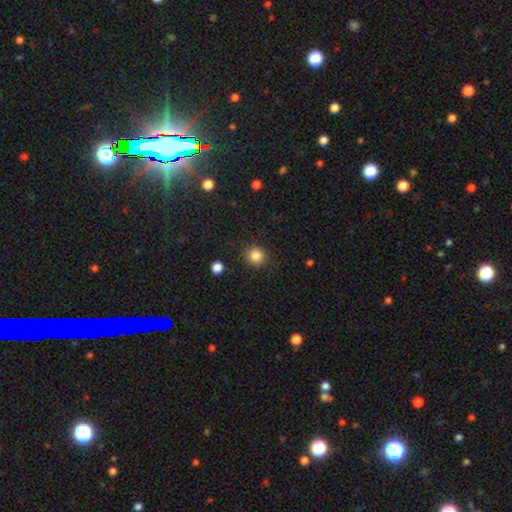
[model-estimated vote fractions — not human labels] Overall: smooth (84%). How rounded: round (89%). Merging: none (88%).